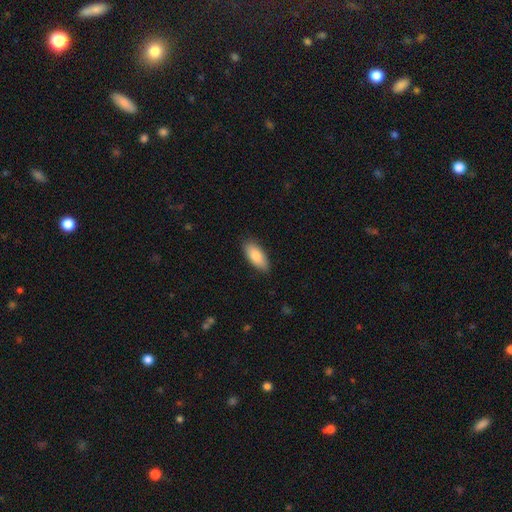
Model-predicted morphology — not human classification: type=smooth (84%); roundness=in between (86%); merging=none (87%).